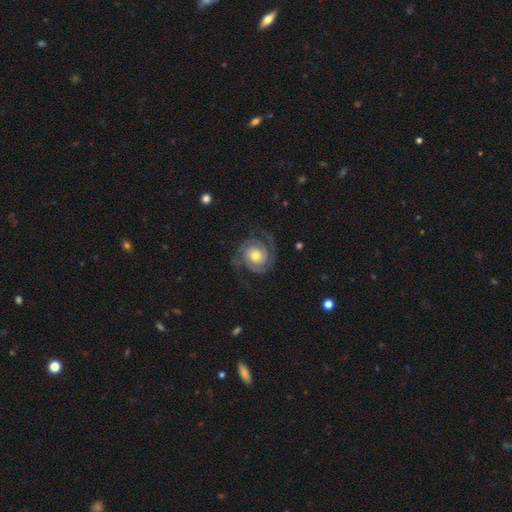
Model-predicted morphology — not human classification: smooth_or_featured: featured or disk (p=0.90) [alt: smooth p=0.05]
disk_edge_on: no (p=0.98) [alt: yes p=0.02]
bar: no (p=0.73) [alt: weak p=0.21]
has_spiral_arms: yes (p=0.98) [alt: no p=0.02]
spiral_winding: tight (p=0.60) [alt: medium p=0.33]
spiral_arm_count: 2 (p=0.78) [alt: 3 p=0.10]
bulge_size: moderate (p=0.69) [alt: small p=0.22]
merging: none (p=0.78) [alt: minor disturbance p=0.13]